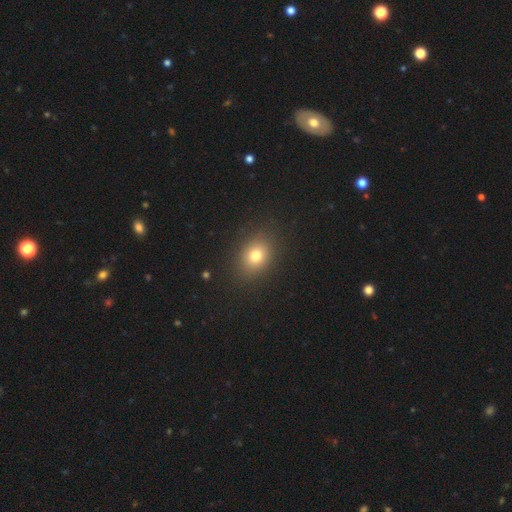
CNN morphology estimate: Smooth or featured? Predicted: smooth (p=0.77). How rounded? Predicted: round (p=0.50). Merging? Predicted: none (p=0.87).